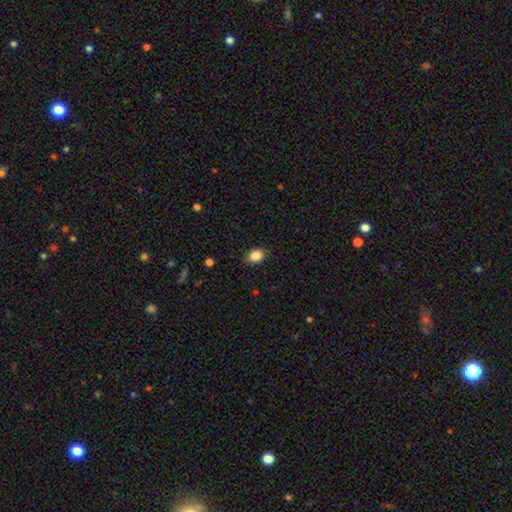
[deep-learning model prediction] smooth_or_featured: smooth (p=0.85) [alt: star or artifact p=0.09]
how_rounded: in between (p=0.66) [alt: round p=0.33]
merging: none (p=0.82) [alt: minor disturbance p=0.14]